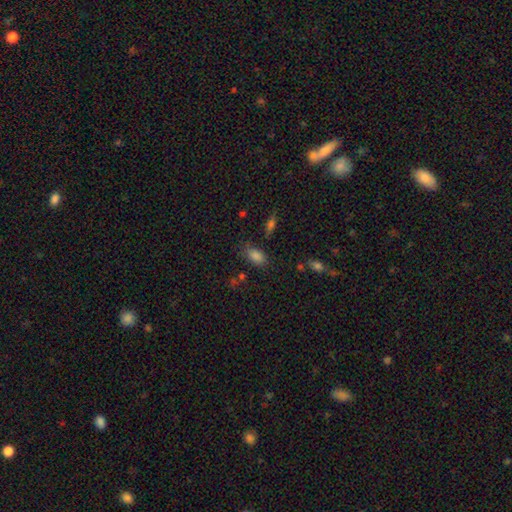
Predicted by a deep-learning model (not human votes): smooth-or-featured: smooth: 82% | star or artifact: 12% | featured or disk: 6%
  how-rounded: in between: 88% | round: 9% | cigar-shaped: 3%
  merging: none: 72% | minor disturbance: 19% | major disturbance: 5% | merger: 4%